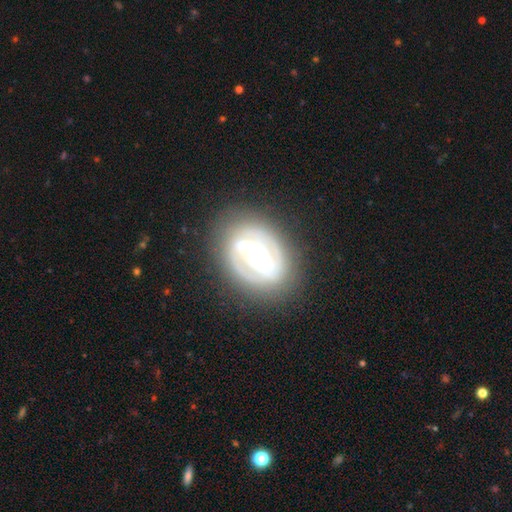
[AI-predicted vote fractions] This is clearly a featured or disk galaxy (85%). It is clearly not viewed edge-on (96%). Bar: likely strong (71%). Spiral arm pattern: clearly yes (86%). Spiral arm count: clearly 2 (81%). Spiral winding: possibly tight (45%). Central bulge: possibly moderate (56%). Merging: likely none (78%).